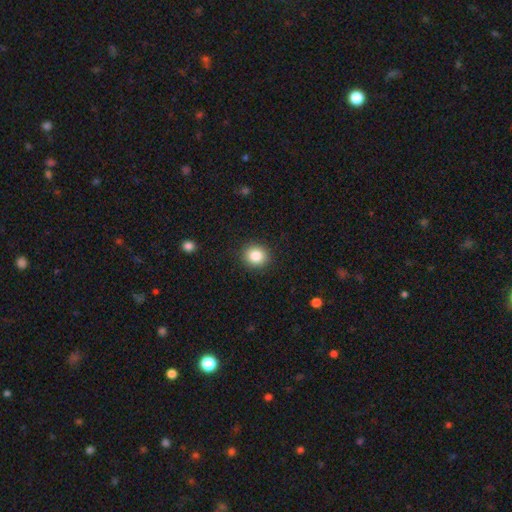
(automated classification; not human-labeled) A smooth galaxy with no disk features (85%) that is round (86%). Merging: none (91%).